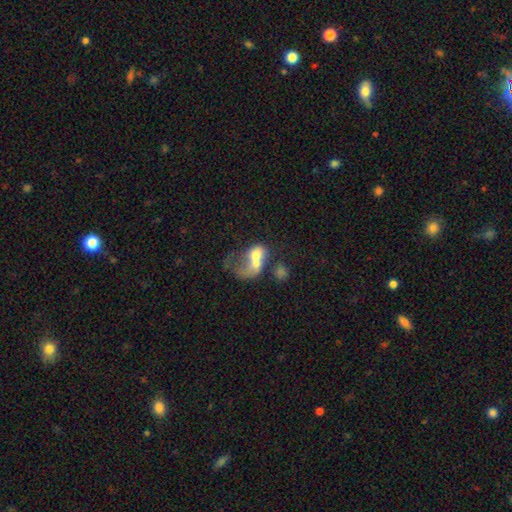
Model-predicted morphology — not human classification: A smooth galaxy with no disk features (52%) that is in between round and cigar-shaped (60%).

Vote fractions:
- Smooth or featured? smooth: 52% / featured or disk: 39% / star or artifact: 9%
- How rounded? in between: 60% / round: 38% / cigar-shaped: 2%
- Merging? merger: 68% / major disturbance: 18% / none: 8% / minor disturbance: 6%